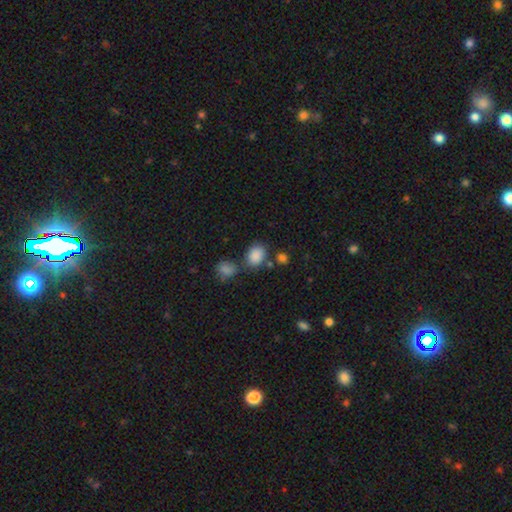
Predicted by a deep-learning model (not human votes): Smooth or featured: smooth — 86% (star or artifact — 10%)
How rounded: in between — 66% (round — 33%)
Merging: none — 62% (merger — 18%)